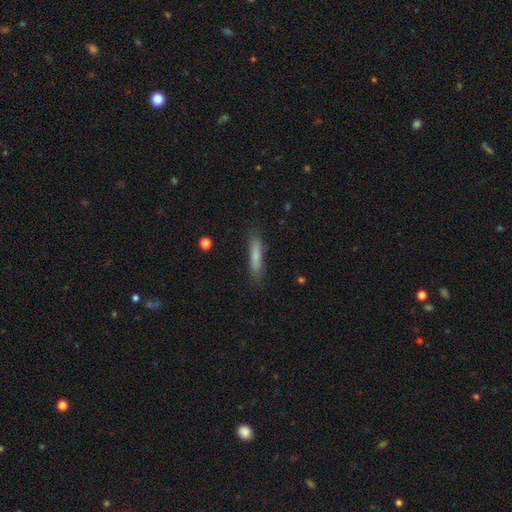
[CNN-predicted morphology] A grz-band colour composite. It shows a smooth galaxy with no disk features (78%) that is cigar-shaped (89%). Merging: none (84%).